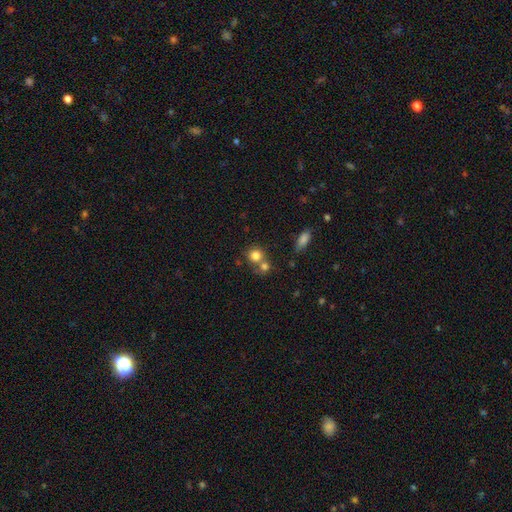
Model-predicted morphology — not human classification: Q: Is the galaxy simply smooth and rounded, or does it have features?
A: smooth — 80%.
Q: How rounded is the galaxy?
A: round — 85%.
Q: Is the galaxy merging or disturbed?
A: none — 49%.